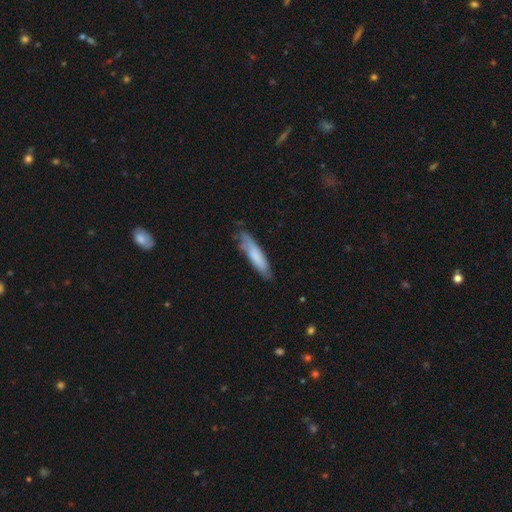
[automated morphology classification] Q: Smooth or featured?
A: smooth (73%); runner-up: featured or disk (21%)
Q: How rounded?
A: cigar-shaped (80%); runner-up: in between (19%)
Q: Merging?
A: none (69%); runner-up: minor disturbance (24%)